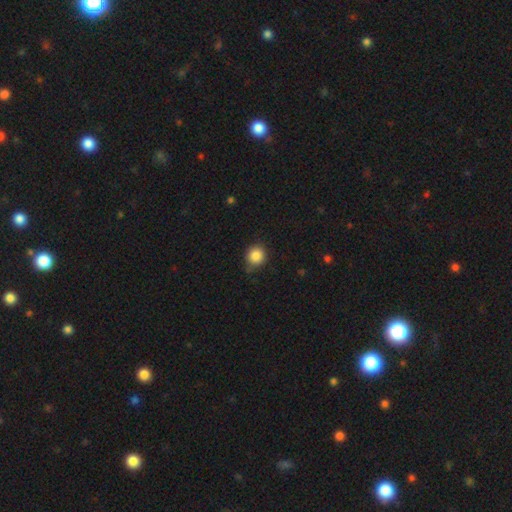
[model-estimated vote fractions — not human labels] The model was most divided on "merging": none: 74%, minor disturbance: 21%, major disturbance: 4%, merger: 2%. More confident: how rounded — round (86%); smooth or featured — smooth (86%).